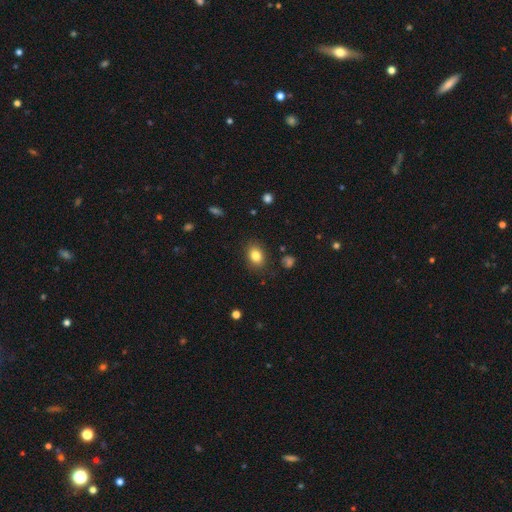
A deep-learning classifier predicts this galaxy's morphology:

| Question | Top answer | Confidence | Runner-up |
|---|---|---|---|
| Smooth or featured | smooth | 83% | star or artifact (10%) |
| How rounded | in between | 70% | round (29%) |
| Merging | none | 85% | minor disturbance (11%) |